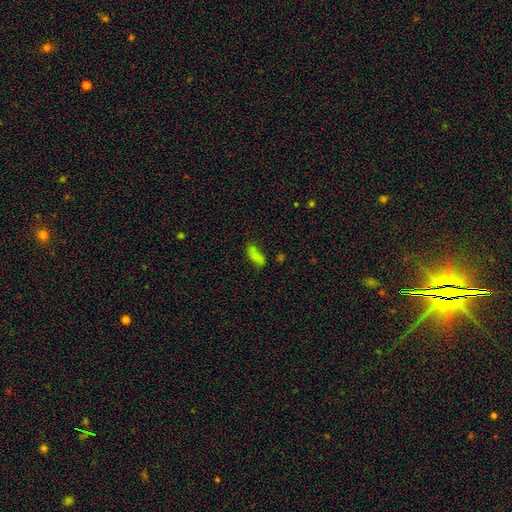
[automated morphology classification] A smooth galaxy with no disk features (77%) that is in between round and cigar-shaped (69%).

Vote fractions:
- Smooth or featured? smooth: 77% / star or artifact: 14% / featured or disk: 10%
- How rounded? in between: 69% / cigar-shaped: 28% / round: 3%
- Merging? none: 54% / minor disturbance: 24% / merger: 12% / major disturbance: 10%